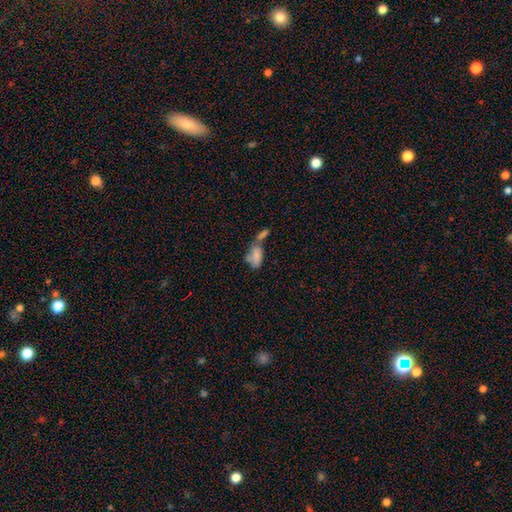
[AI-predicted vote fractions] Overall: smooth (74%). How rounded: in between (91%). Merging: merger (60%).